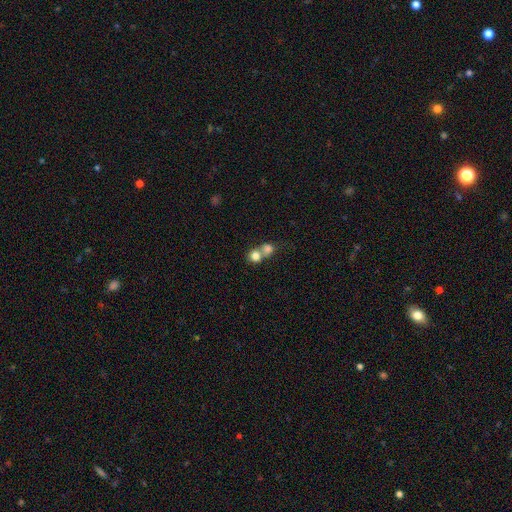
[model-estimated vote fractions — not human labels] Smooth or featured: smooth — 78% (featured or disk — 11%)
How rounded: round — 82% (in between — 17%)
Merging: merger — 59% (none — 32%)